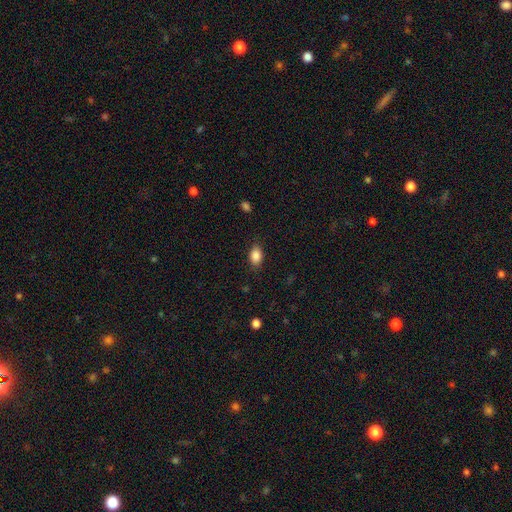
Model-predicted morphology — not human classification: smooth-or-featured: smooth: 87% | star or artifact: 8% | featured or disk: 5%
  how-rounded: in between: 85% | round: 14% | cigar-shaped: 2%
  merging: none: 84% | minor disturbance: 12% | major disturbance: 3% | merger: 1%